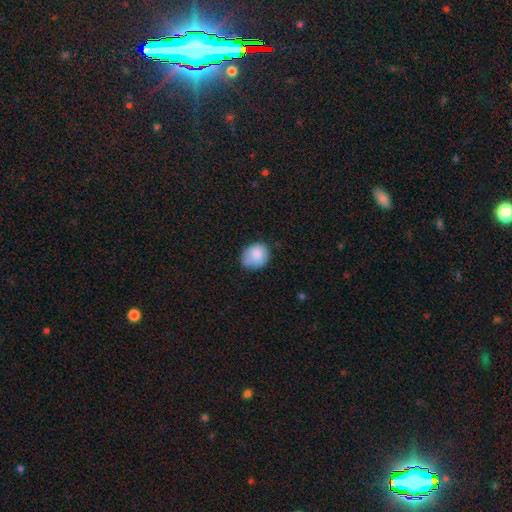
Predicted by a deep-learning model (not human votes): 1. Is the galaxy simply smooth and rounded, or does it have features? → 83% smooth, 10% featured or disk, 7% star or artifact.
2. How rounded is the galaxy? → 62% round, 37% in between, 1% cigar-shaped.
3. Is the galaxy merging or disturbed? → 65% none, 28% minor disturbance, 5% major disturbance, 2% merger.